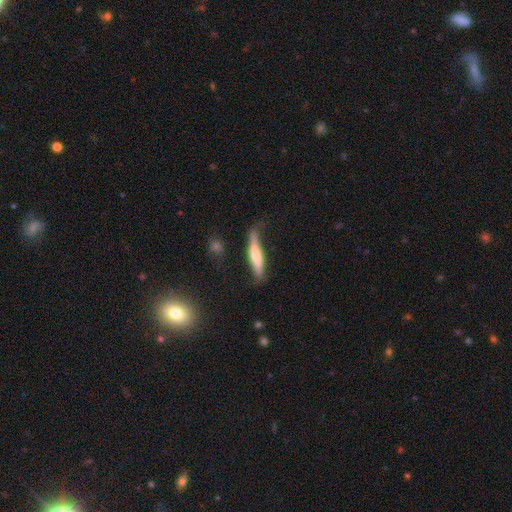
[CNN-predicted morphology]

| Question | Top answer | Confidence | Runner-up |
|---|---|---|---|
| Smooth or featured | smooth | 55% | featured or disk (39%) |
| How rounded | cigar-shaped | 83% | in between (15%) |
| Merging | none | 54% | minor disturbance (31%) |